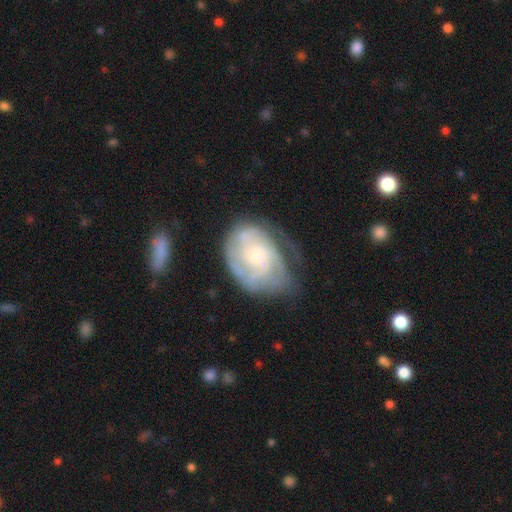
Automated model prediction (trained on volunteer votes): Smooth or featured? Predicted: featured or disk (p=0.75). Edge-on disk? Predicted: no (p=0.97). Bar? Predicted: no (p=0.71). Spiral arms? Predicted: yes (p=0.89). Spiral winding? Predicted: tight (p=0.53). Spiral arm count? Predicted: can't tell (p=0.37). Bulge size? Predicted: small (p=0.49). Merging? Predicted: none (p=0.49).